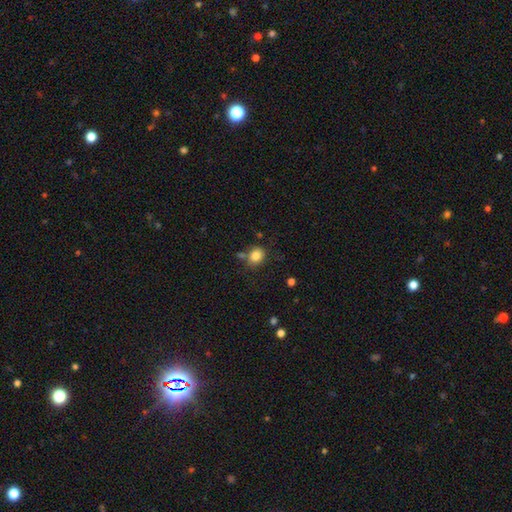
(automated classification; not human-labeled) Q: Smooth or featured?
A: smooth (84%); runner-up: star or artifact (10%)
Q: How rounded?
A: round (56%); runner-up: in between (43%)
Q: Merging?
A: none (70%); runner-up: minor disturbance (15%)